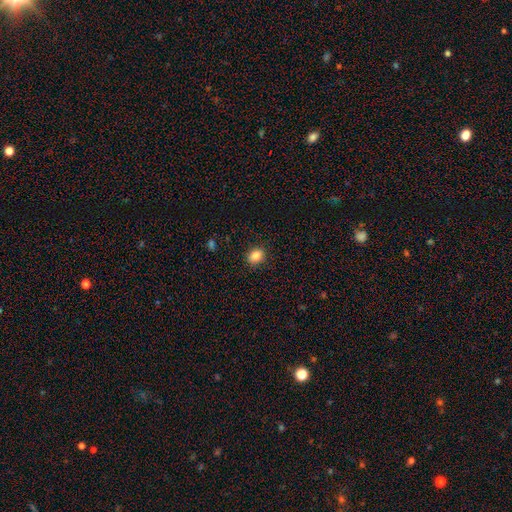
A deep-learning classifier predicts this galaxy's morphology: Smooth or featured? smooth (85%)
How rounded? in between (52%)
Merging? none (89%)